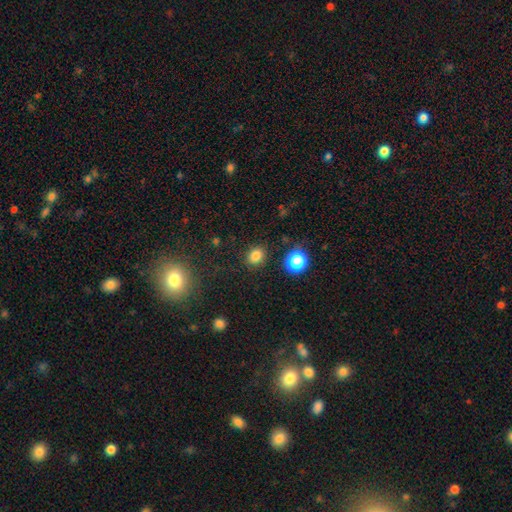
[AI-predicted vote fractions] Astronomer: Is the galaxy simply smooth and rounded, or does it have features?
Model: smooth — 80%.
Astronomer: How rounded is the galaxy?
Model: round — 58% (runner-up: in between, 41%).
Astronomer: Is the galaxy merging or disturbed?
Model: none — 86%.